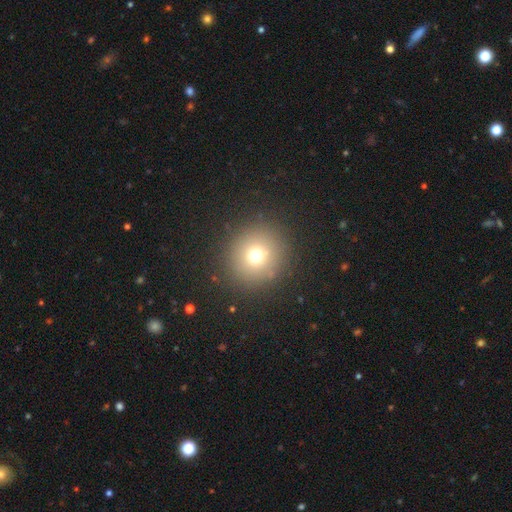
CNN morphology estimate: smooth 69%, star or artifact 19%, featured or disk 11%. Down the decision tree: how rounded — round (92%); merging — none (88%).